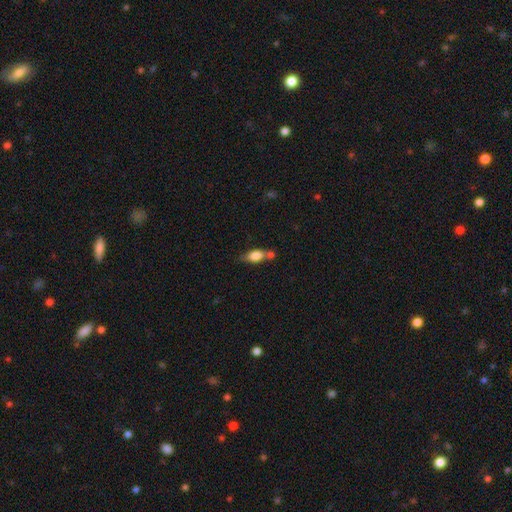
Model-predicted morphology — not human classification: The model was most divided on "merging": none: 41%, merger: 34%, minor disturbance: 18%, major disturbance: 6%. More confident: how rounded — in between (81%); smooth or featured — smooth (78%).